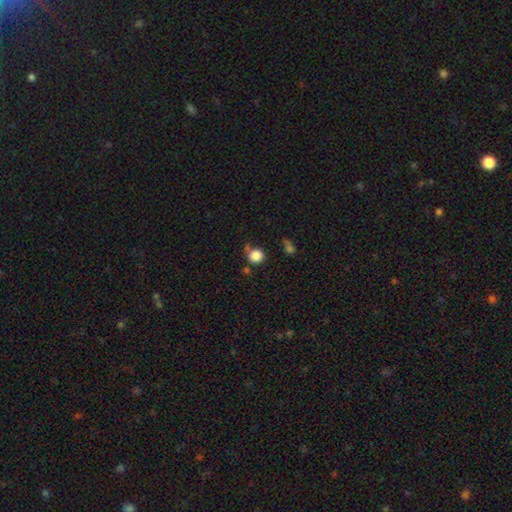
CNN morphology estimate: type=smooth (85%); roundness=round (90%); merging=none (65%).